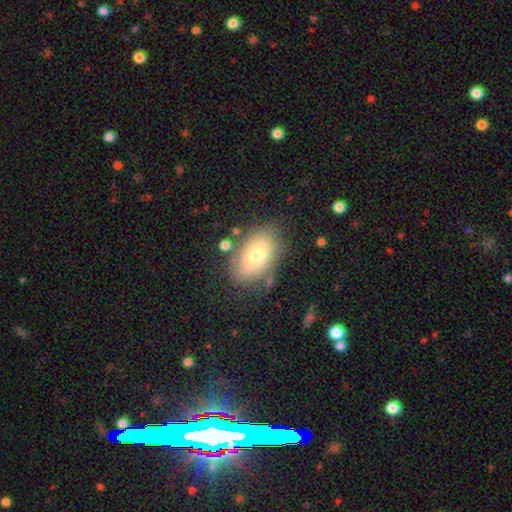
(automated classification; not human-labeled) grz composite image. It shows a smooth galaxy with no disk features (65%) that is in between round and cigar-shaped (90%). Merging: none (71%).